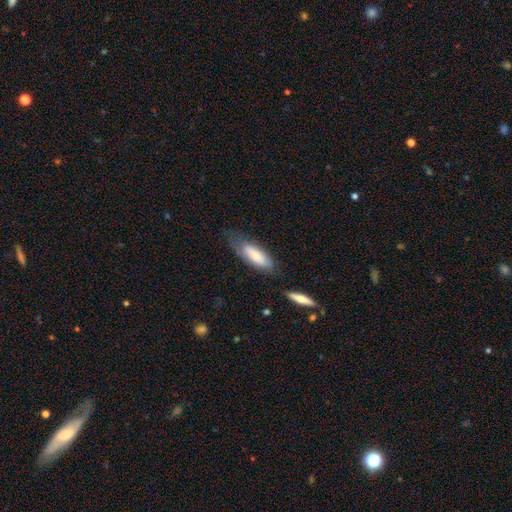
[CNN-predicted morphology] smooth 70%, featured or disk 24%, star or artifact 6%. Down the decision tree: how rounded — in between (63%); merging — none (53%).